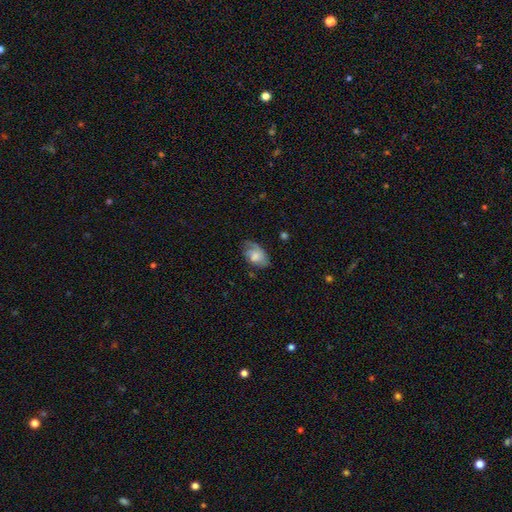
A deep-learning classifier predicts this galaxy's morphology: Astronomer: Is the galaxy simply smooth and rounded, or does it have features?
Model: smooth — 60%.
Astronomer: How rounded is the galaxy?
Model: in between — 89%.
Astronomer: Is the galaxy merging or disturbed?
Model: none — 52% (runner-up: minor disturbance, 31%).